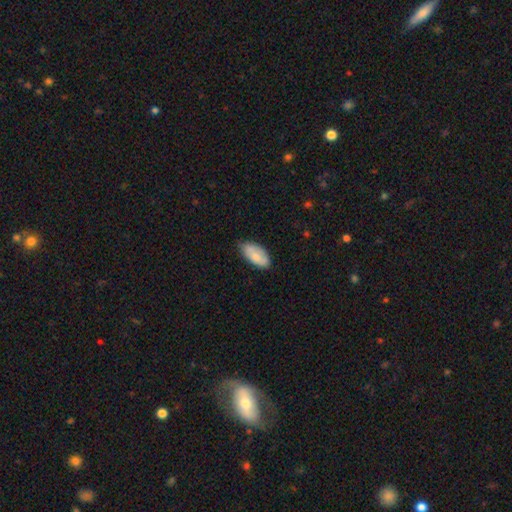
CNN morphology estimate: This is likely a smooth galaxy (76%). How rounded: clearly in between (92%). Merging: likely none (65%).